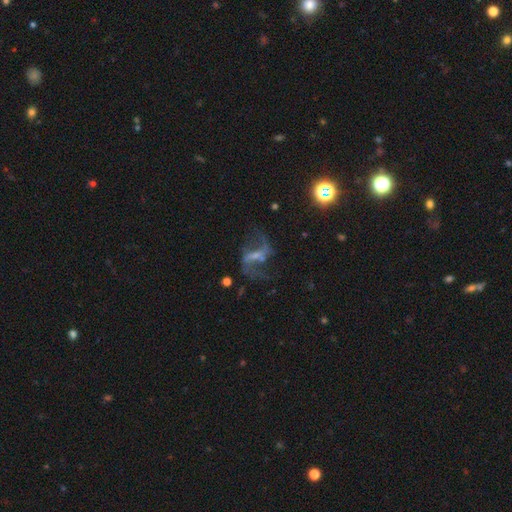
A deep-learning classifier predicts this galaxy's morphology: smooth-or-featured: featured or disk: 81% | star or artifact: 11% | smooth: 8%
  disk-edge-on: no: 96% | yes: 4%
    bar: weak: 43% | strong: 42% | no: 16%
    has-spiral-arms: yes: 91% | no: 9%
      spiral-winding: loose: 79% | medium: 17% | tight: 4%
      spiral-arm-count: 2: 91% | can't tell: 3% | 1: 3% | 3: 1% | 4: 1% | more than 4: 1%
    bulge-size: small: 48% | none: 31% | moderate: 18% | large: 2% | dominant: 1%
  merging: none: 68% | minor disturbance: 14% | major disturbance: 14% | merger: 4%